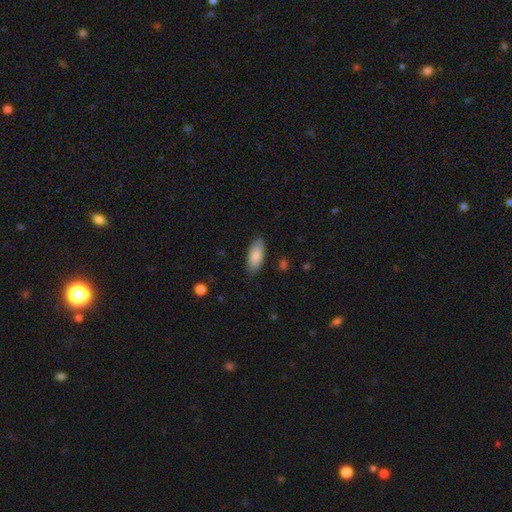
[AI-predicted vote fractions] smooth 85%, featured or disk 9%, star or artifact 6%. Down the decision tree: how rounded — in between (84%); merging — none (85%).